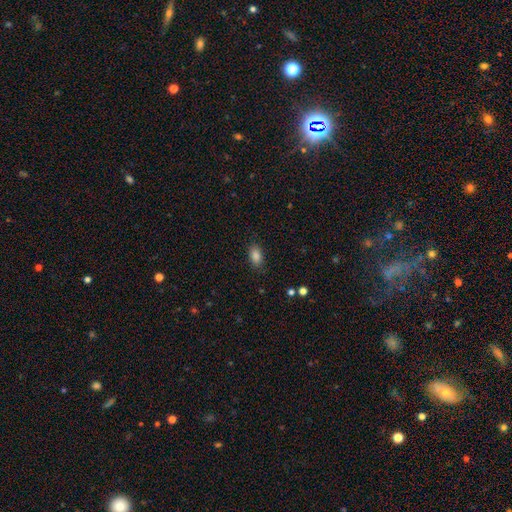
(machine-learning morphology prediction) This is clearly a smooth galaxy (86%). How rounded: clearly in between (90%). Merging: clearly none (86%).